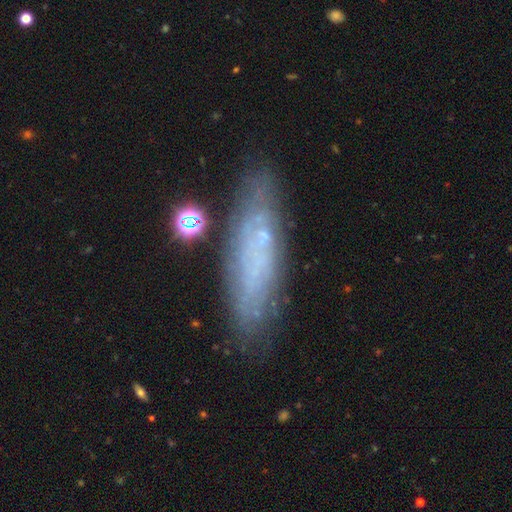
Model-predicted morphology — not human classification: Smooth or featured? Predicted: featured or disk (p=0.50). Edge-on disk? Predicted: no (p=0.64). Merging? Predicted: none (p=0.75).